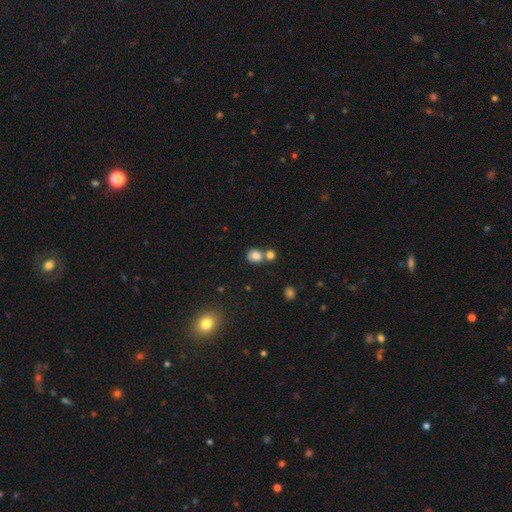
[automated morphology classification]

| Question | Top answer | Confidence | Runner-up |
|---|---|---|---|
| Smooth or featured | smooth | 82% | star or artifact (11%) |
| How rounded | round | 68% | in between (31%) |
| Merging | none | 50% | merger (36%) |